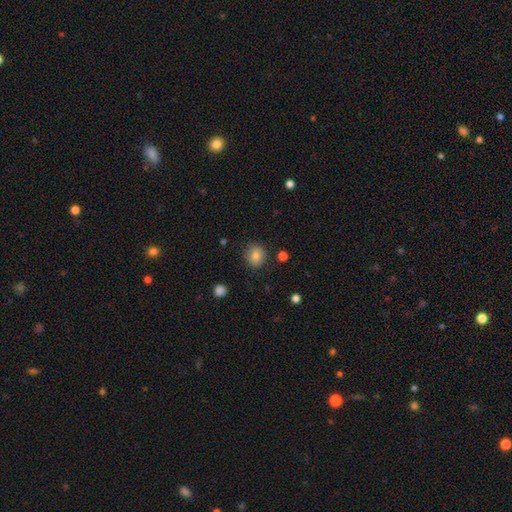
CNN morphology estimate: smooth 81%, star or artifact 10%, featured or disk 9%. Down the decision tree: how rounded — round (87%); merging — none (87%).